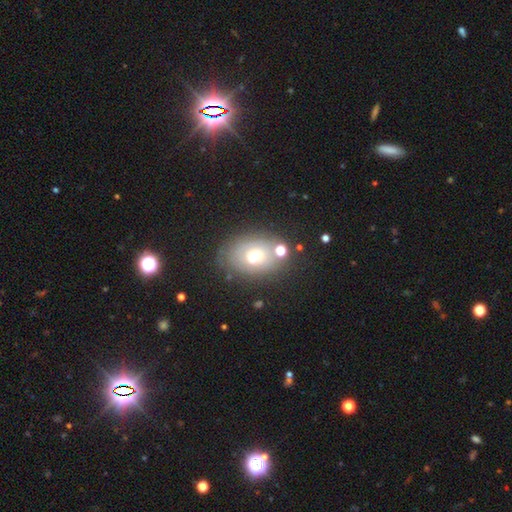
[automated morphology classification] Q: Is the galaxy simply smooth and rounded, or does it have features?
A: smooth — 57%.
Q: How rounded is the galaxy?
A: in between — 64%.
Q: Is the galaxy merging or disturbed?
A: none — 65%.